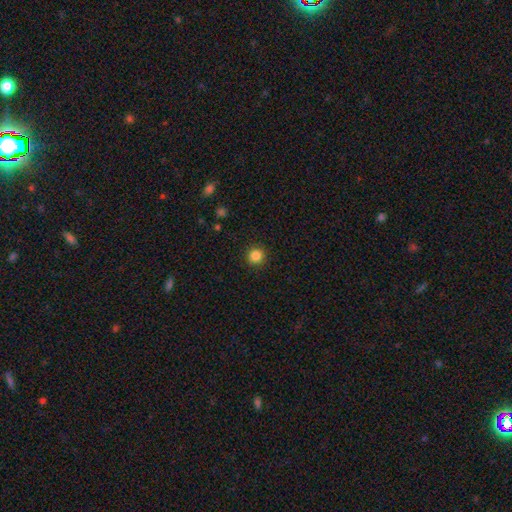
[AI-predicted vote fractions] smooth 85%, star or artifact 12%, featured or disk 4%. Down the decision tree: how rounded — round (94%); merging — none (92%).